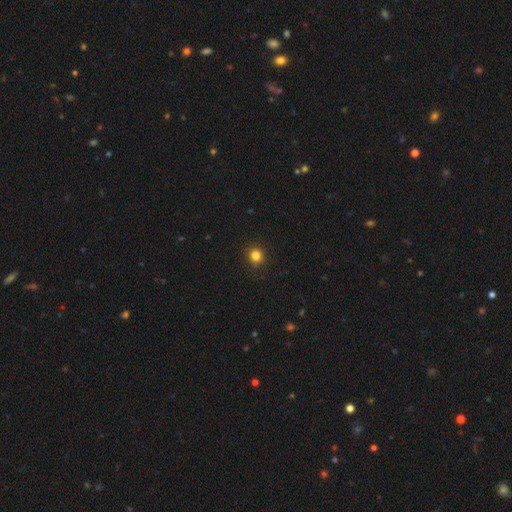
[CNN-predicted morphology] smooth 83%, star or artifact 13%, featured or disk 4%. Down the decision tree: how rounded — round (90%); merging — none (90%).